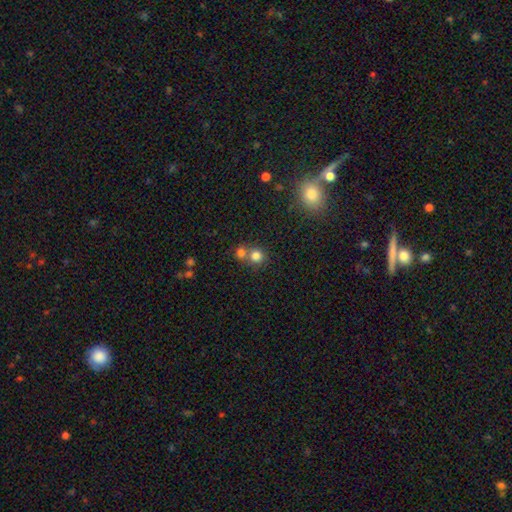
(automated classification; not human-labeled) Overall: smooth (79%). How rounded: round (88%). Merging: none (50%; merger 41%).